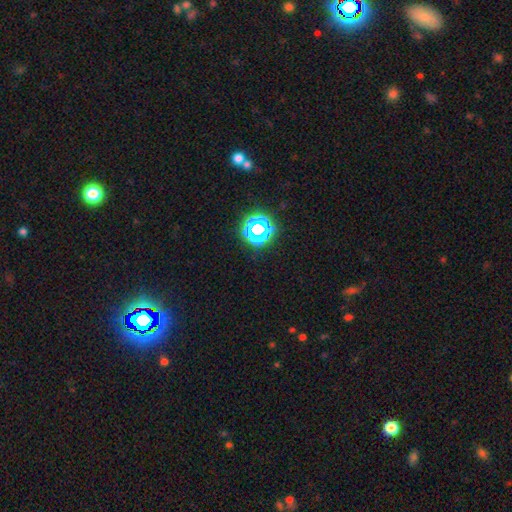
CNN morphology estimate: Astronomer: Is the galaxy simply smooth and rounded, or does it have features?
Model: star or artifact — 70%.